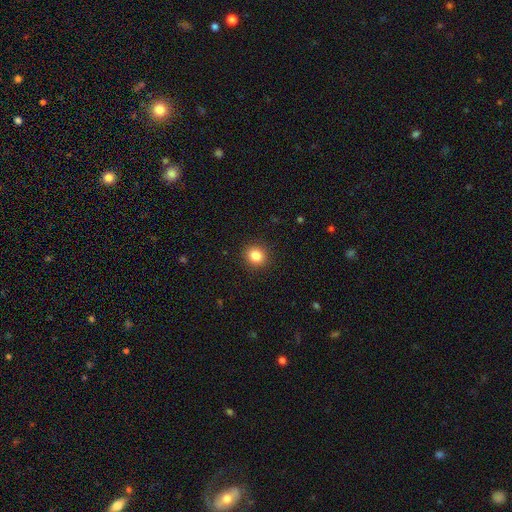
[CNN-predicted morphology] The model was most divided on "how rounded": round: 80%, in between: 19%, cigar-shaped: 1%. More confident: merging — none (91%); smooth or featured — smooth (85%).